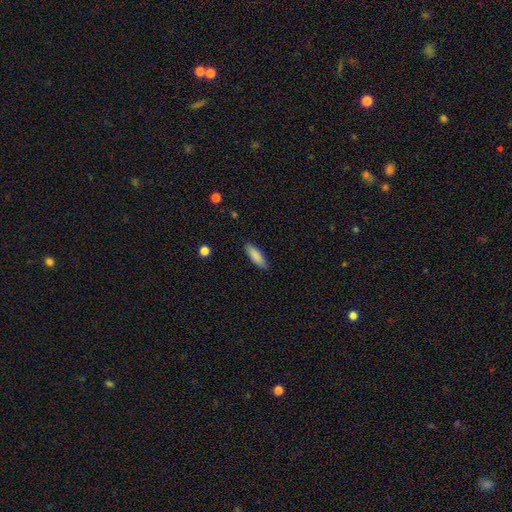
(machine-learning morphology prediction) The model was most divided on "how rounded": in between: 55%, cigar-shaped: 44%, round: 2%. More confident: smooth or featured — smooth (88%); merging — none (88%).